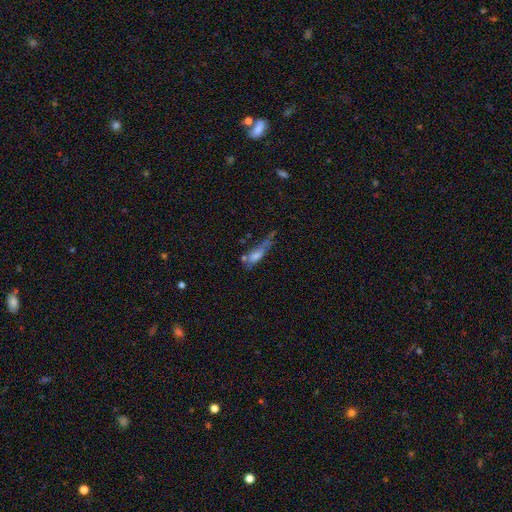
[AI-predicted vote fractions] Morphology: type=smooth (53%); roundness=cigar-shaped (60%); merging=none (35%).